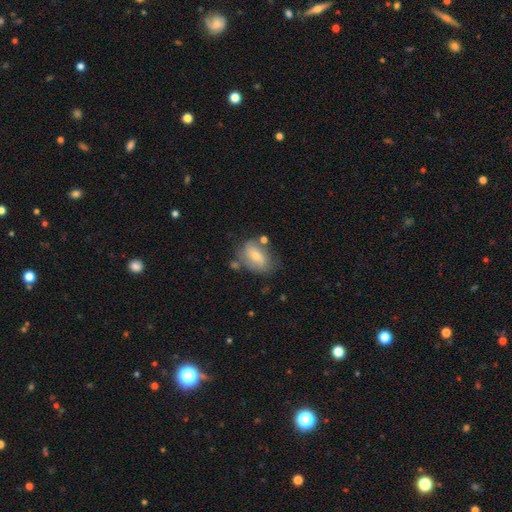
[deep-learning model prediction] Smooth or featured: smooth — 49% (featured or disk — 43%)
Merging: none — 56% (minor disturbance — 23%)